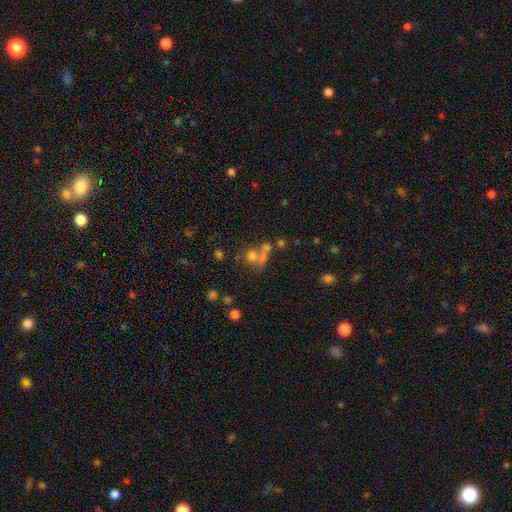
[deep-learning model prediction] A smooth galaxy with no disk features (58%) that is round (78%). Merging: none (43%).